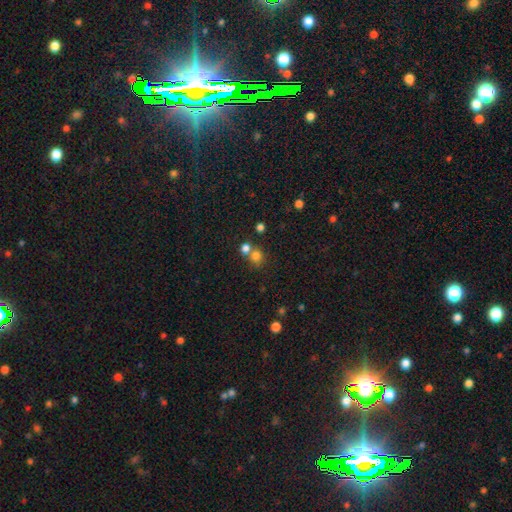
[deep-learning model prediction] Morphology: type=smooth (75%); roundness=round (80%); merging=none (49%).